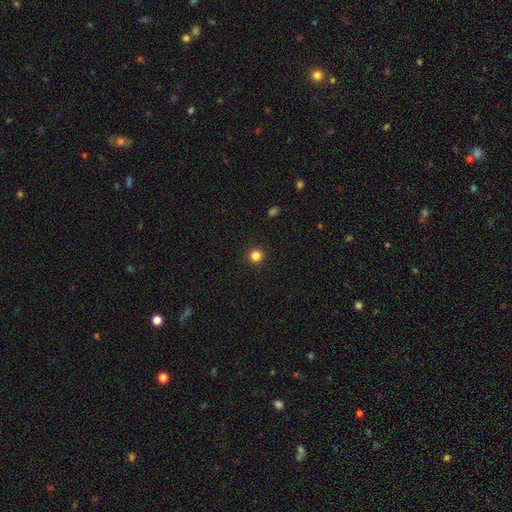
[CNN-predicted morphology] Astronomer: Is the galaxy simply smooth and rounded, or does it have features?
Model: smooth — 84%.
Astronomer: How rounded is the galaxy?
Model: round — 95%.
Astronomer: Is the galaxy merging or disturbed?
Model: none — 93%.